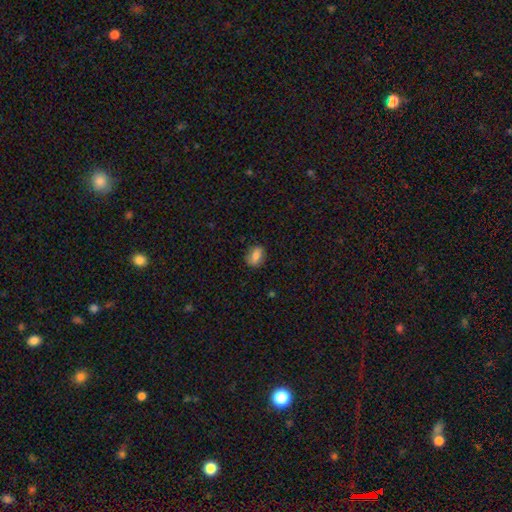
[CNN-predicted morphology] Smooth or featured? smooth (79%)
How rounded? in between (75%)
Merging? none (80%)